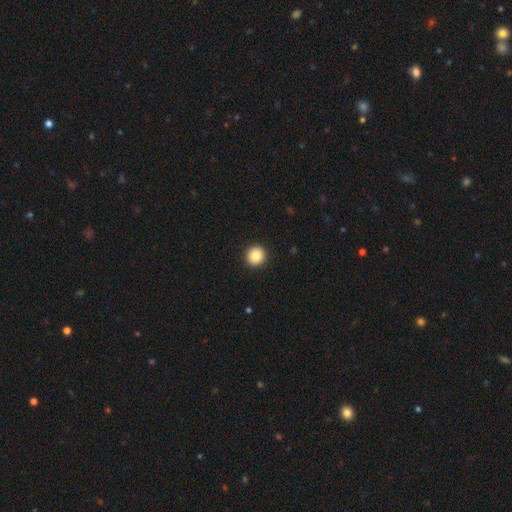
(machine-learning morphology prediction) A smooth galaxy with no disk features (87%) that is round (92%).

Vote fractions:
- Smooth or featured? smooth: 87% / star or artifact: 9% / featured or disk: 4%
- How rounded? round: 92% / in between: 7% / cigar-shaped: 1%
- Merging? none: 93% / minor disturbance: 5% / major disturbance: 2% / merger: 1%